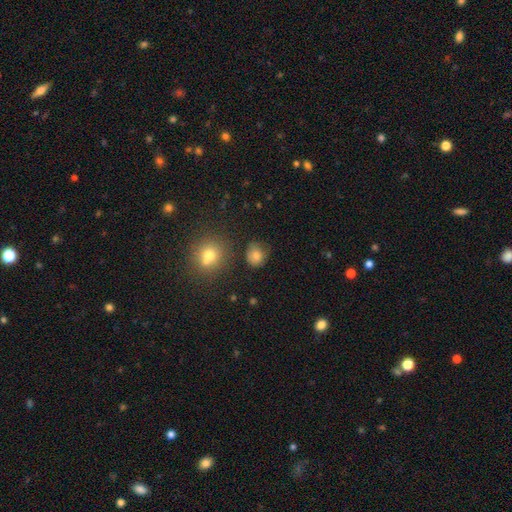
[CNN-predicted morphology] Smooth or featured? Predicted: smooth (p=0.78). How rounded? Predicted: round (p=0.75). Merging? Predicted: none (p=0.70).